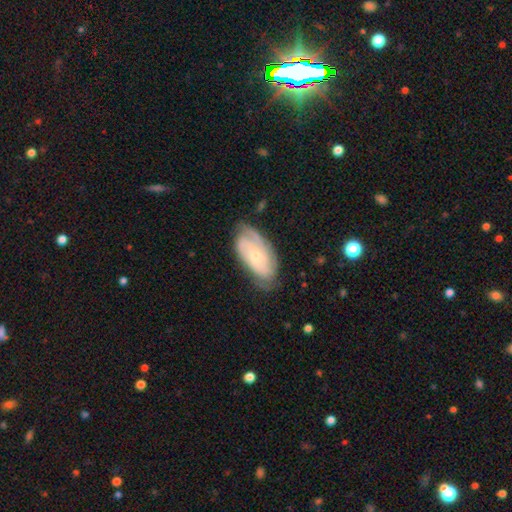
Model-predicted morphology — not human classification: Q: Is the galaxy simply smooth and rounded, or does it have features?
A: featured or disk — 72%.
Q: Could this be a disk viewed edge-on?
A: no — 94%.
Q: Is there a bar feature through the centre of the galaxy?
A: no — 67%.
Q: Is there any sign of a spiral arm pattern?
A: yes — 90%.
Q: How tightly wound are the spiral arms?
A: tight — 58%.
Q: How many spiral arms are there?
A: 2 — 36%.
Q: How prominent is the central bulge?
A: small — 63%.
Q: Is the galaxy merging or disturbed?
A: none — 67%.